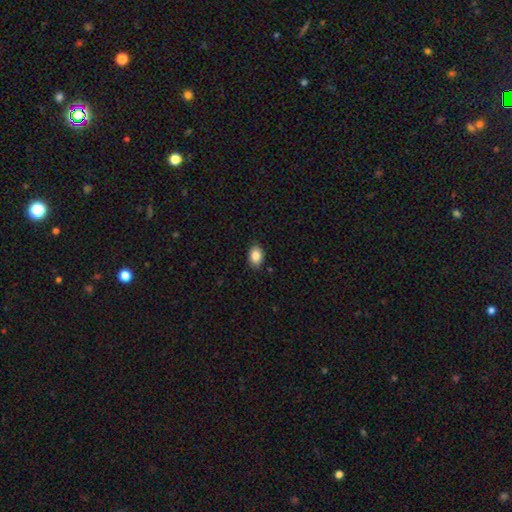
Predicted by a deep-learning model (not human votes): This is clearly a smooth galaxy (87%). How rounded: clearly in between (84%). Merging: clearly none (86%).